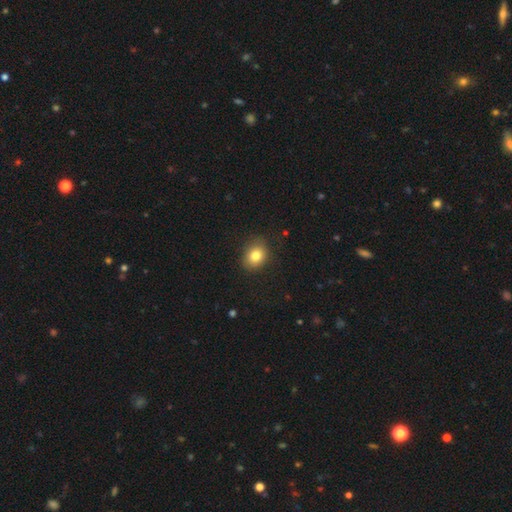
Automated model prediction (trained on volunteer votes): smooth 81%, star or artifact 10%, featured or disk 9%. Down the decision tree: how rounded — round (52%); merging — none (83%).